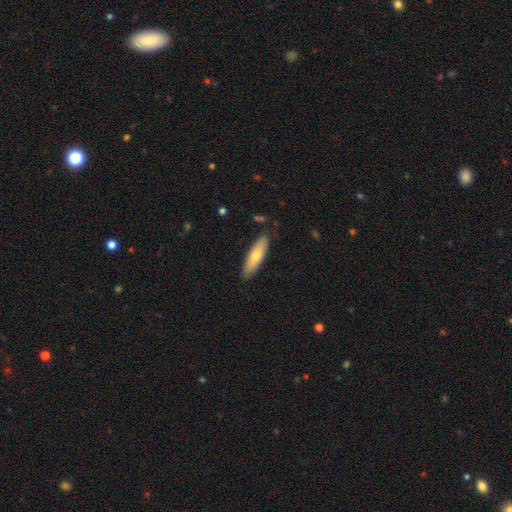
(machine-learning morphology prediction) Smooth or featured? smooth (71%)
How rounded? cigar-shaped (59%)
Merging? none (85%)